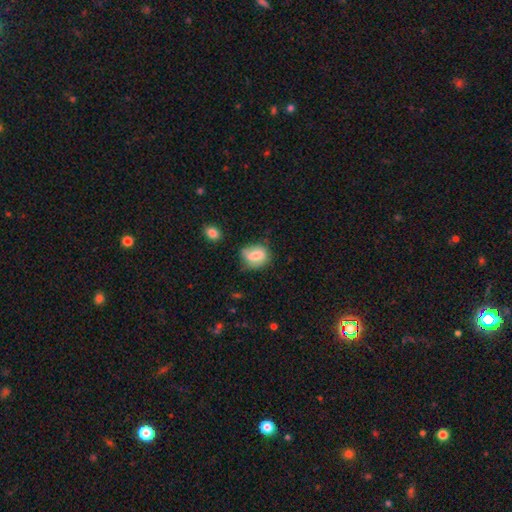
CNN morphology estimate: smooth-or-featured: smooth: 69% | featured or disk: 23% | star or artifact: 8%
  how-rounded: in between: 56% | round: 42% | cigar-shaped: 3%
  merging: none: 58% | minor disturbance: 29% | major disturbance: 9% | merger: 4%